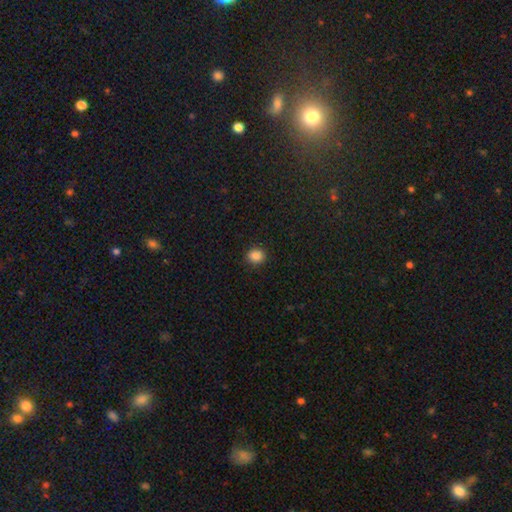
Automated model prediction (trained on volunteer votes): Smooth or featured: smooth — 87% (star or artifact — 10%)
How rounded: round — 70% (in between — 29%)
Merging: none — 90% (minor disturbance — 7%)